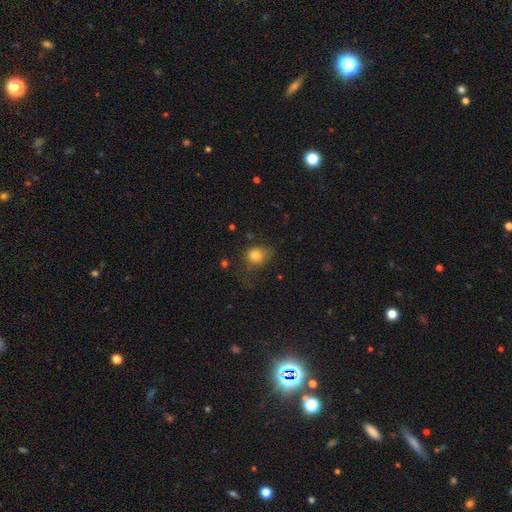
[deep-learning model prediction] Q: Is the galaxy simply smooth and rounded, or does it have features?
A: smooth — 79%.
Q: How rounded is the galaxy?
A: round — 67%.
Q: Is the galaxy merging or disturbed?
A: none — 53%.